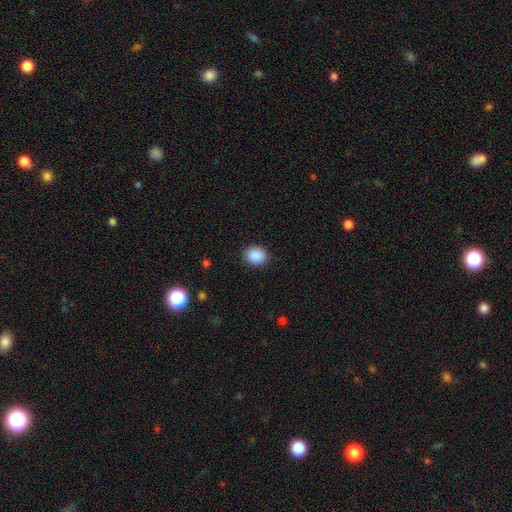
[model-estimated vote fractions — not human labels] A smooth galaxy with no disk features (89%) that is round (58%). Merging: none (89%).